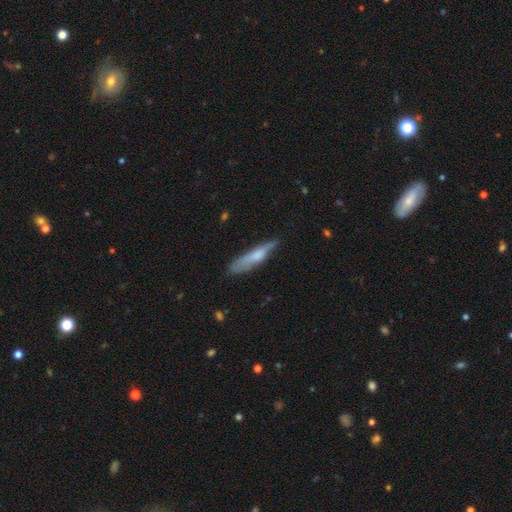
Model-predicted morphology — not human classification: Overall: smooth (59%; featured or disk 34%). How rounded: cigar-shaped (85%). Merging: none (58%; minor disturbance 28%).